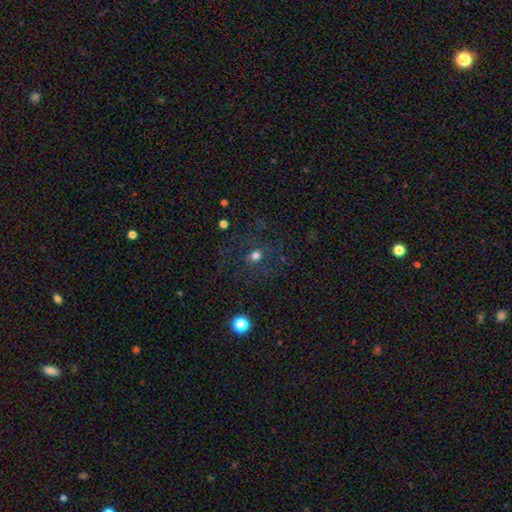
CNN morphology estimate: type=smooth (59%); roundness=round (72%); merging=none (76%).